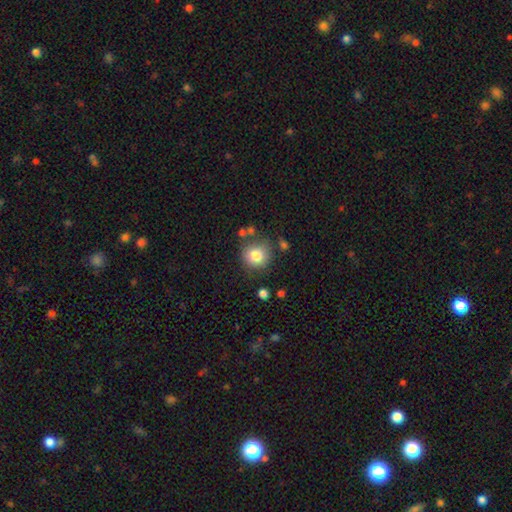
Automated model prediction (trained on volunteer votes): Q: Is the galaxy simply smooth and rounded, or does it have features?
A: smooth — 80%.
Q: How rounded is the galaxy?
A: round — 88%.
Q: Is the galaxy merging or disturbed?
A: none — 75%.